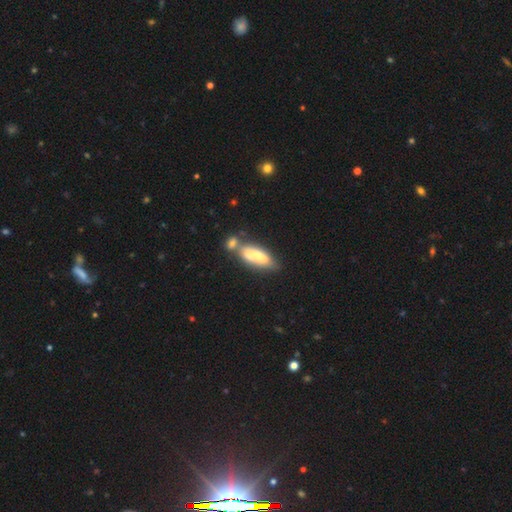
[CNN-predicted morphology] The model was most divided on "how rounded" (2-way tie): in between: 49%, cigar-shaped: 49%, round: 2%. Remaining: smooth or featured — smooth (67%); merging — merger (45%).